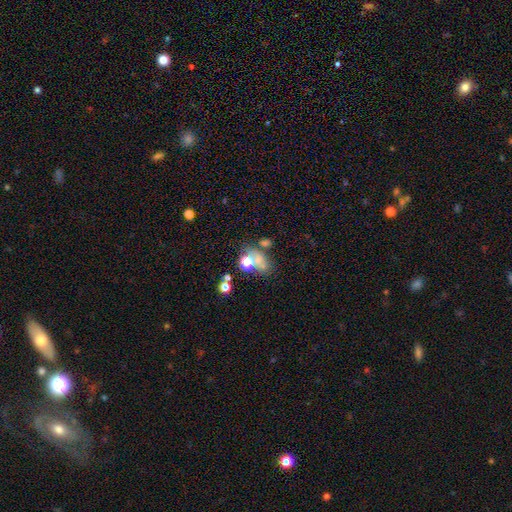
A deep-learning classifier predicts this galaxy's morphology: This is marginally a star or artifact rather than a galaxy (41%).